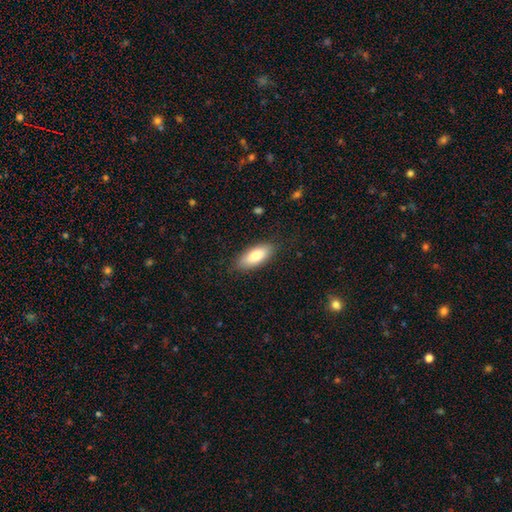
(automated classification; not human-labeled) This appears to be a smooth galaxy with no disk features (78%) that is in between round and cigar-shaped (82%). Merging: none (84%).